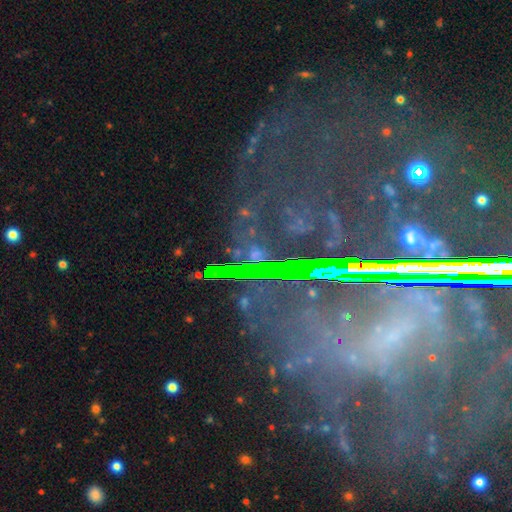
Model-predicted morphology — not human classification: Smooth or featured? Predicted: star or artifact (p=0.79).